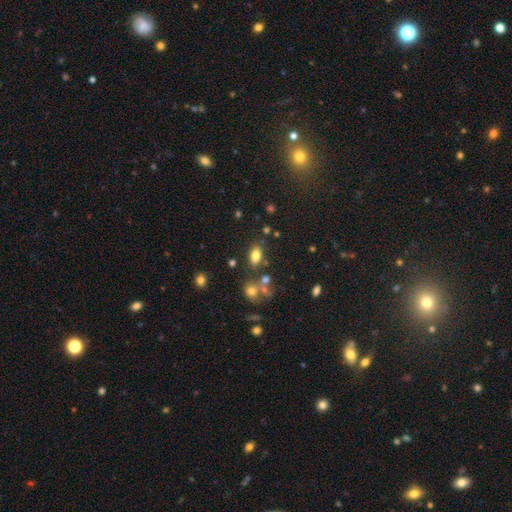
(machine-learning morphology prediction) smooth_or_featured: smooth (p=0.78) [alt: star or artifact p=0.12]
how_rounded: in between (p=0.89) [alt: round p=0.08]
merging: none (p=0.74) [alt: minor disturbance p=0.13]